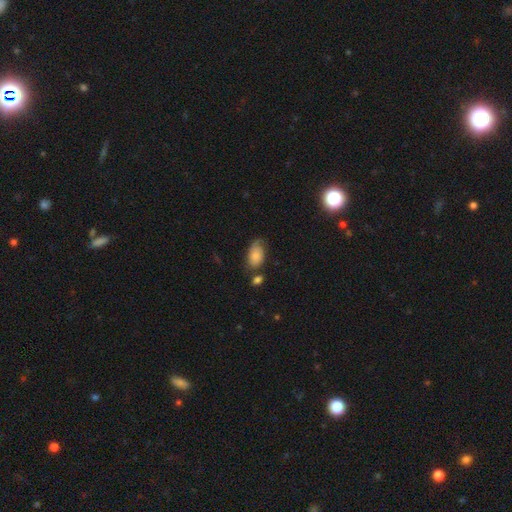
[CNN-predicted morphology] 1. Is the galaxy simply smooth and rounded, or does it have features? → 74% smooth, 18% featured or disk, 8% star or artifact.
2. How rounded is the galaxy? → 91% in between, 7% round, 2% cigar-shaped.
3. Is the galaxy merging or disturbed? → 48% none, 31% minor disturbance, 12% major disturbance, 9% merger.